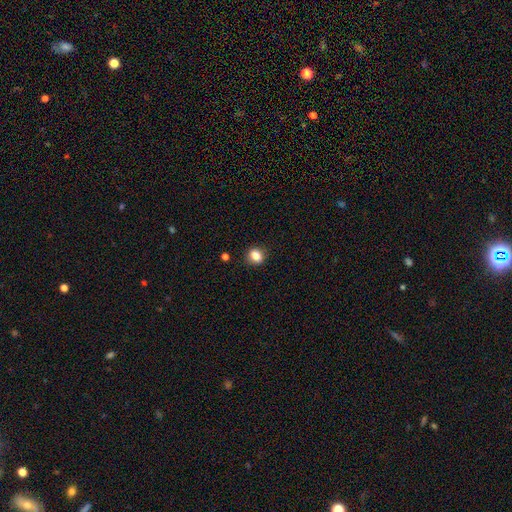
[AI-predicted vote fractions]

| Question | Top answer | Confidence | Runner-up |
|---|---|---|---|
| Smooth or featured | smooth | 83% | star or artifact (11%) |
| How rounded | round | 55% | in between (44%) |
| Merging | none | 83% | minor disturbance (12%) |